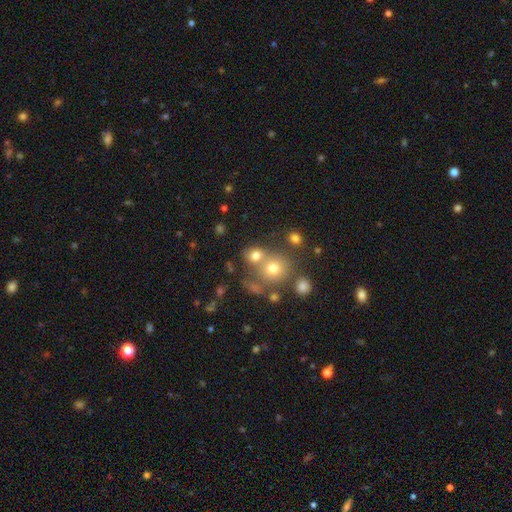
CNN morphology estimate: A smooth galaxy with no disk features (72%) that is round (71%). Merging: none (47%).